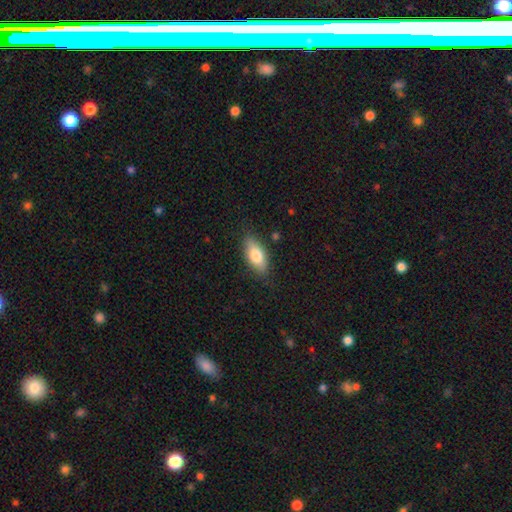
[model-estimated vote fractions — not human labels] A smooth galaxy with no disk features (75%) that is in between round and cigar-shaped (83%). Merging: none (83%).